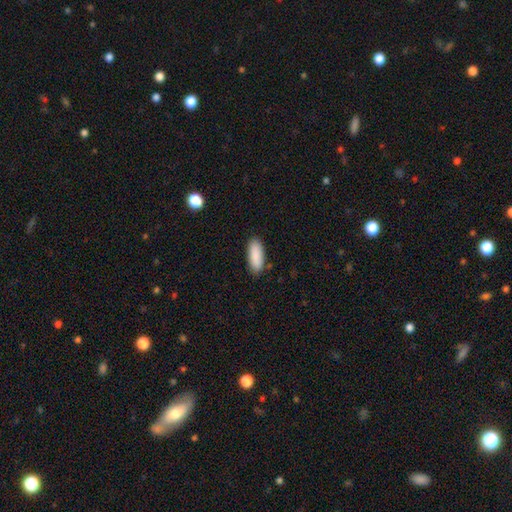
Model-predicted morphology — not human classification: Smooth or featured? Predicted: smooth (p=0.90). How rounded? Predicted: in between (p=0.78). Merging? Predicted: none (p=0.87).